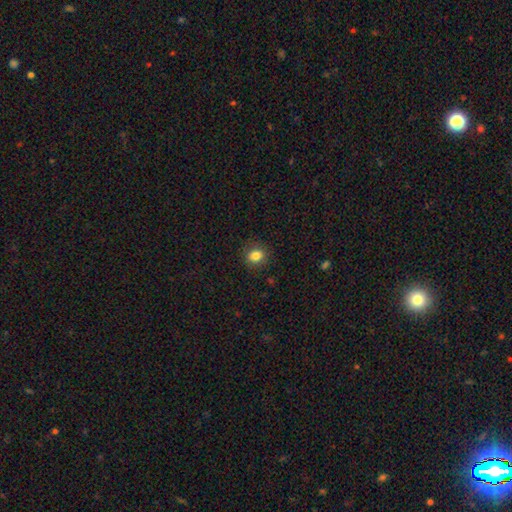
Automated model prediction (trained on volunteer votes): This is clearly a smooth galaxy (83%). How rounded: likely round (62%). Merging: clearly none (87%).